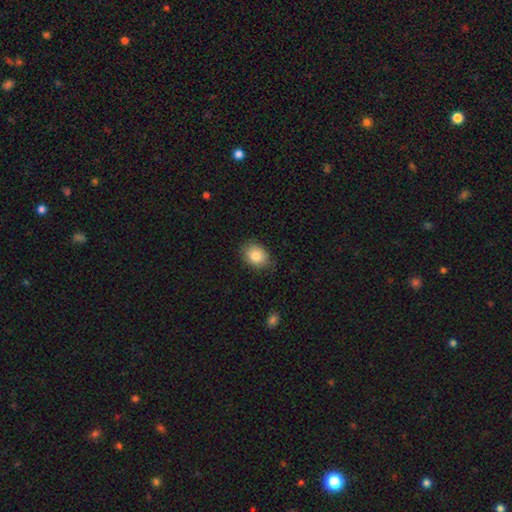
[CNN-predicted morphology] Overall: smooth (84%). How rounded: in between (57%; round 42%). Merging: none (79%).